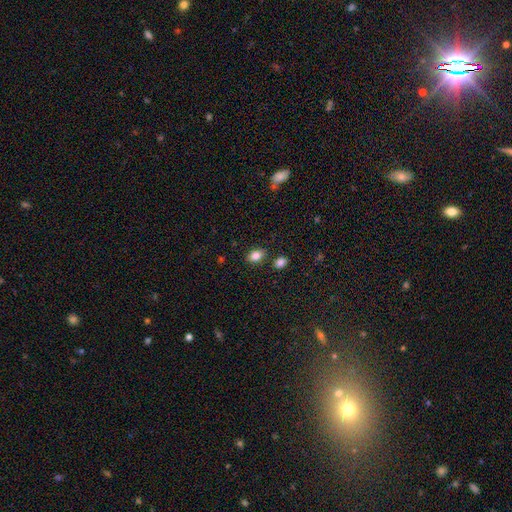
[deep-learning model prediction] smooth_or_featured: smooth (p=0.83) [alt: star or artifact p=0.10]
how_rounded: in between (p=0.74) [alt: round p=0.24]
merging: none (p=0.80) [alt: minor disturbance p=0.11]